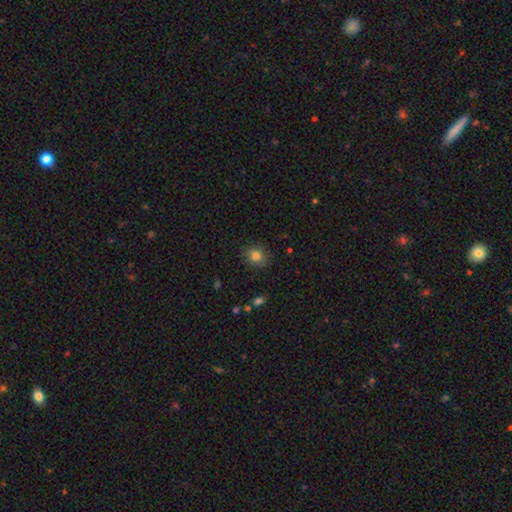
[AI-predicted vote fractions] A smooth galaxy with no disk features (80%) that is round (69%). Merging: none (83%).